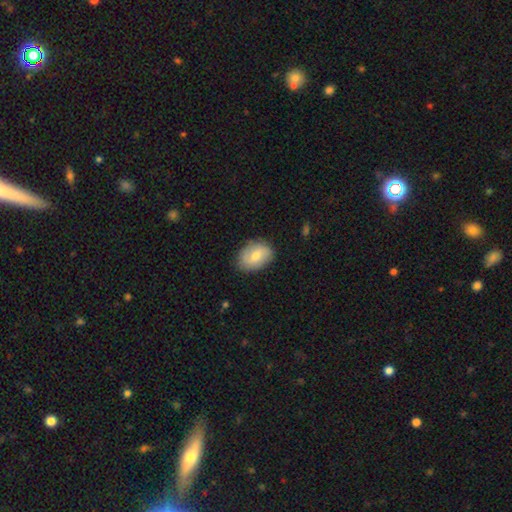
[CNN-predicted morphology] Smooth or featured: smooth — 59% (featured or disk — 34%)
How rounded: in between — 77% (round — 22%)
Merging: none — 81% (minor disturbance — 15%)